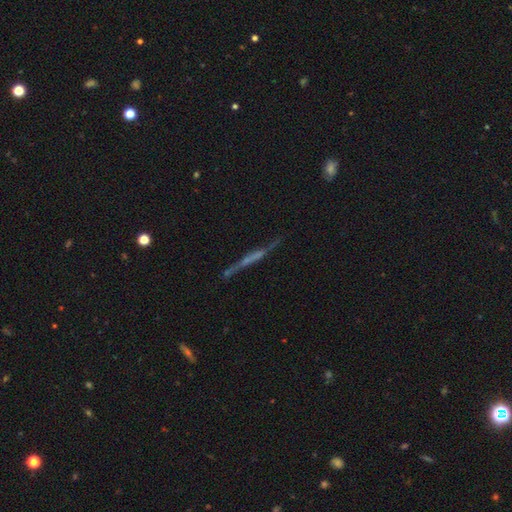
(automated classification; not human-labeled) Morphology: type=featured or disk (65%); edge-on=yes (89%); edge-on bulge=none (65%); merging=none (75%).